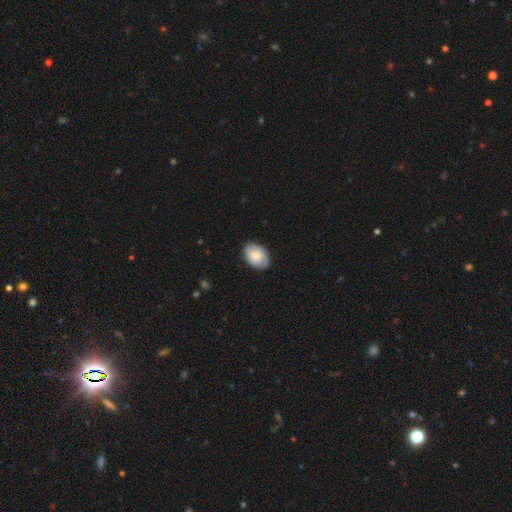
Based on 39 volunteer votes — smooth-or-featured: smooth: 64% | featured or disk: 31% | star or artifact: 5%
  how-rounded: in between: 96% | round: 4% | cigar-shaped: 0%
  merging: none: 76% | minor disturbance: 22% | major disturbance: 3% | merger: 0%